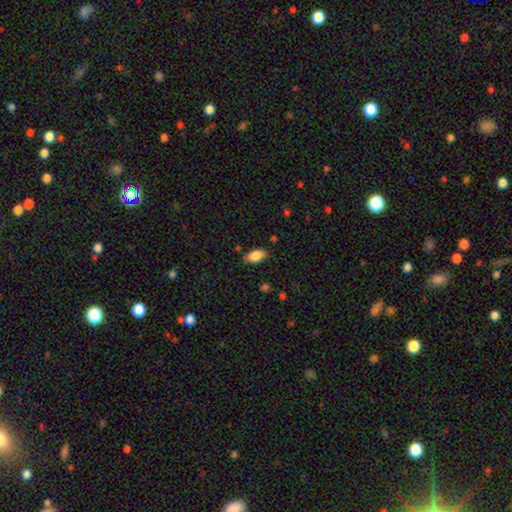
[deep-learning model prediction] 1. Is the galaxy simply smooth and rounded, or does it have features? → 85% smooth, 8% featured or disk, 7% star or artifact.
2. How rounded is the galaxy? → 92% in between, 5% cigar-shaped, 3% round.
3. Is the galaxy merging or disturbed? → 82% none, 13% minor disturbance, 3% major disturbance, 2% merger.